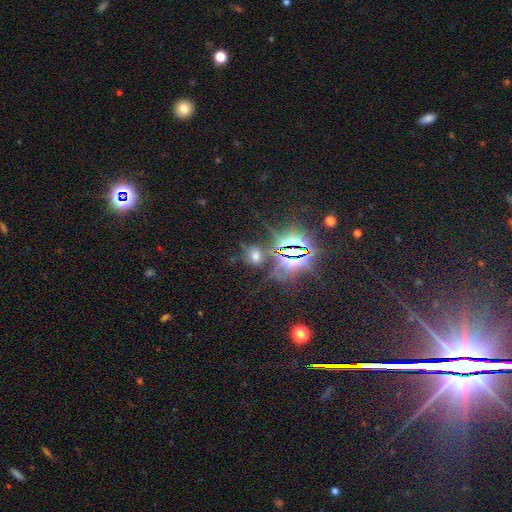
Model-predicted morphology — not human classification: Overall: star or artifact (54%; smooth 34%).